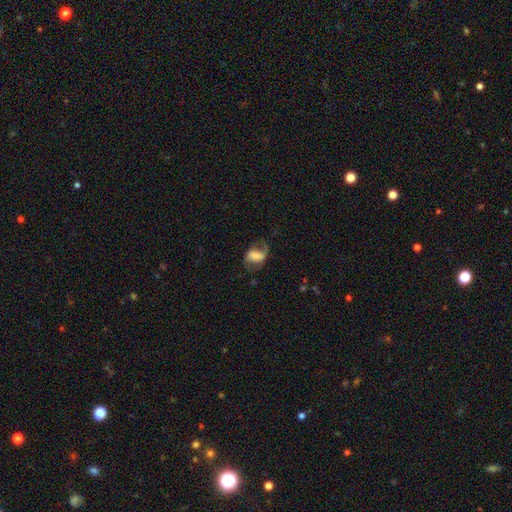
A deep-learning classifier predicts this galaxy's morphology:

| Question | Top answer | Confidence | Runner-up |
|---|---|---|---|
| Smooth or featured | featured or disk | 46% | smooth (45%) |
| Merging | none | 47% | major disturbance (26%) |